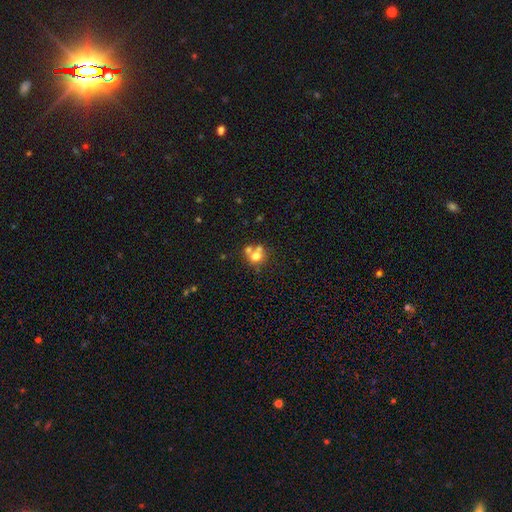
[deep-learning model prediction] The model was most divided on "merging": merger: 46%, none: 41%, minor disturbance: 9%, major disturbance: 4%. More confident: how rounded — round (81%); smooth or featured — smooth (66%).